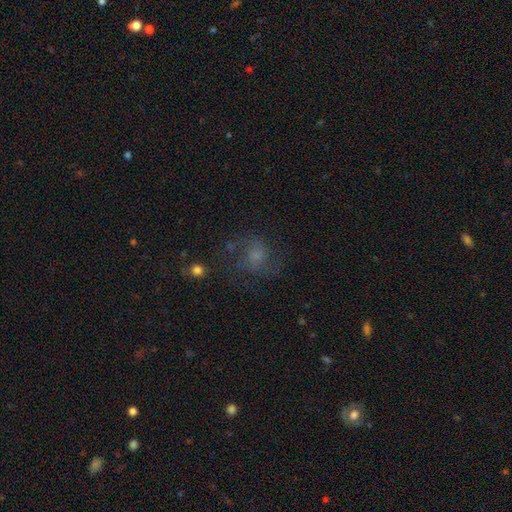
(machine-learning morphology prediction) smooth-or-featured: smooth: 42% | featured or disk: 38% | star or artifact: 21%
  merging: none: 56% | major disturbance: 21% | minor disturbance: 20% | merger: 3%